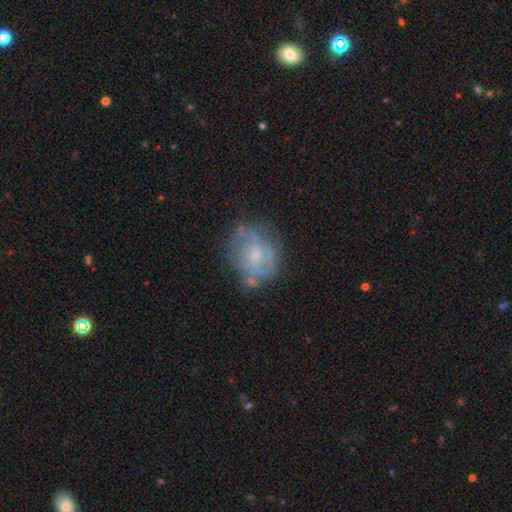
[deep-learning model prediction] This appears to be a featured or disk galaxy (64%) with no bar (70%), spiral arms (55%) and a small central bulge (59%). Merging: none (57%).